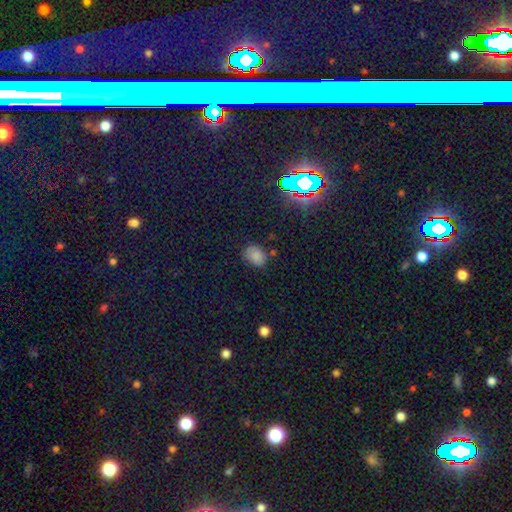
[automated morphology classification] Smooth or featured: smooth — 76% (star or artifact — 17%)
How rounded: in between — 61% (round — 38%)
Merging: none — 68% (minor disturbance — 23%)